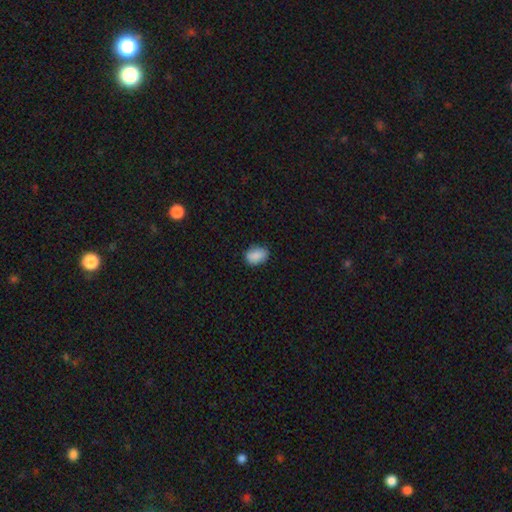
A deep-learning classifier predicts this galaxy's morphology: Q: Smooth or featured?
A: smooth (88%); runner-up: star or artifact (8%)
Q: How rounded?
A: in between (75%); runner-up: round (24%)
Q: Merging?
A: none (78%); runner-up: minor disturbance (18%)